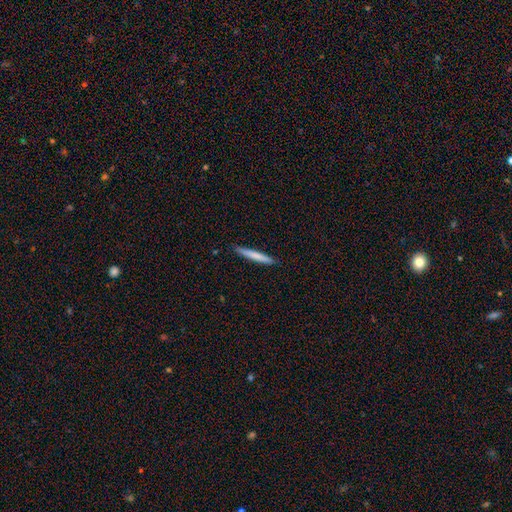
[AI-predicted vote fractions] smooth 74%, featured or disk 21%, star or artifact 5%. Down the decision tree: how rounded — cigar-shaped (96%); merging — none (89%).